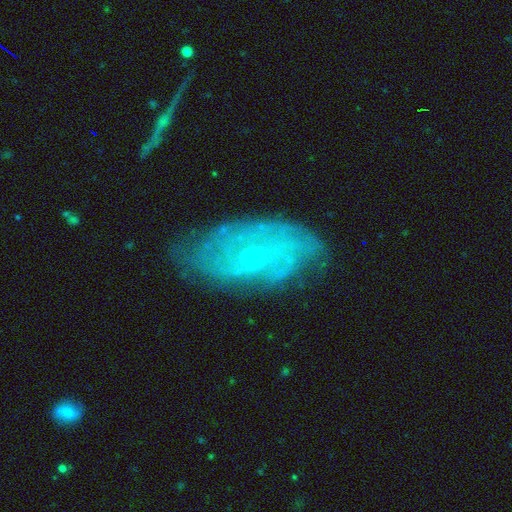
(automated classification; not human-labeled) A featured or disk galaxy (77%) with no bar (75%), tight (67%) spiral arms (91%) and a small central bulge (85%).

Vote fractions:
- Smooth or featured? featured or disk: 77% / smooth: 15% / star or artifact: 8%
- Edge-on disk? no: 94% / yes: 6%
- Bar? no: 75% / weak: 21% / strong: 4%
- Spiral arms? yes: 91% / no: 9%
- Spiral winding? tight: 67% / medium: 25% / loose: 8%
- Spiral arm count? can't tell: 47% / 2: 15% / 4: 14% / 3: 11% / more than 4: 8% / 1: 6%
- Bulge size? small: 85% / moderate: 10% / none: 3% / large: 1% / dominant: 1%
- Merging? none: 73% / minor disturbance: 19% / major disturbance: 6% / merger: 2%